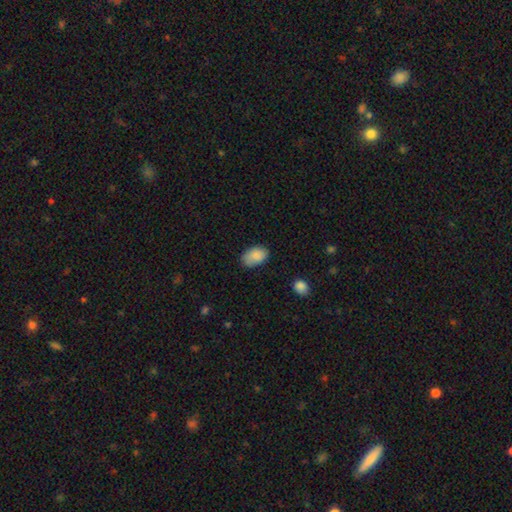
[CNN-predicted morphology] smooth_or_featured: smooth (p=0.87) [alt: star or artifact p=0.07]
how_rounded: in between (p=0.89) [alt: round p=0.10]
merging: none (p=0.73) [alt: minor disturbance p=0.22]